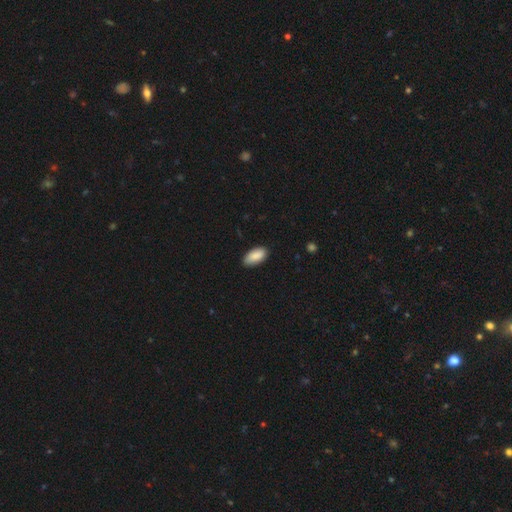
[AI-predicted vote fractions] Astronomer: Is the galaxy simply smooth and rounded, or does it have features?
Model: smooth — 89%.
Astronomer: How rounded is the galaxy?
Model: in between — 94%.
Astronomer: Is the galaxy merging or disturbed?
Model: none — 85%.